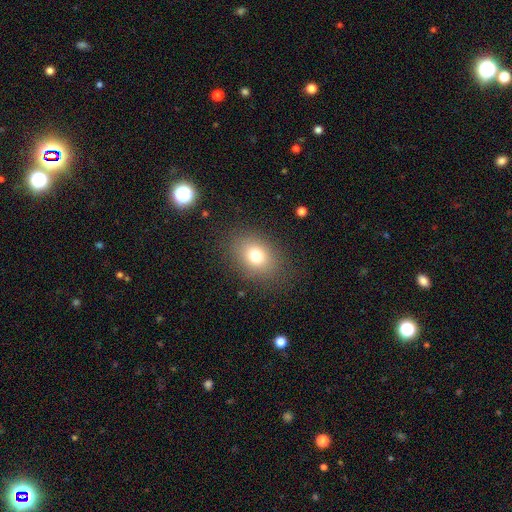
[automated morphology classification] A smooth galaxy with no disk features (75%) that is in between round and cigar-shaped (63%). Merging: none (83%).